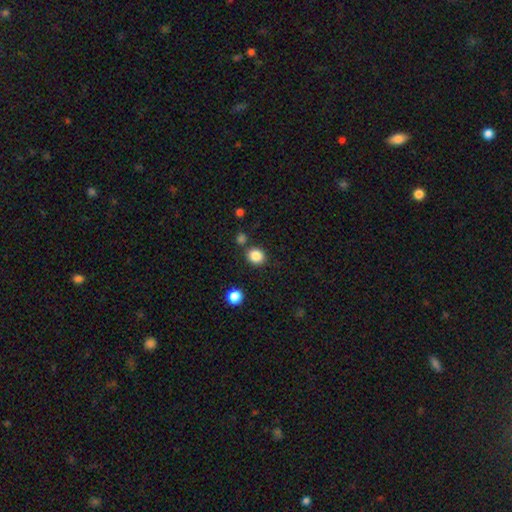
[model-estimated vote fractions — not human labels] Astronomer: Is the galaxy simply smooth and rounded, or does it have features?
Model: smooth — 86%.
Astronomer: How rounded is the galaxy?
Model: round — 79%.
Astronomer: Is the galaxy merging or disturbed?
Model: none — 82%.